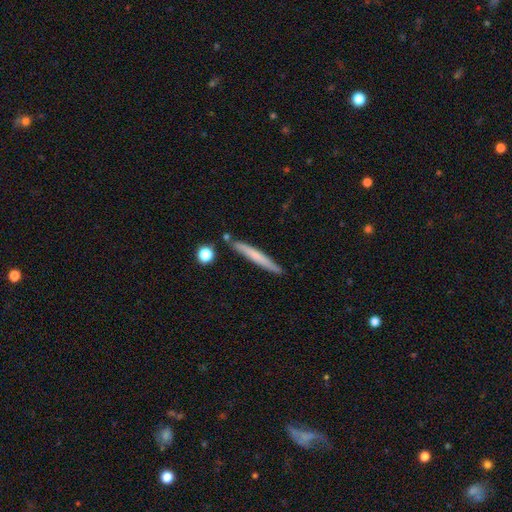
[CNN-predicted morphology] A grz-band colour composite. It shows a smooth galaxy with no disk features (61%) that is cigar-shaped (96%). Merging: none (83%).